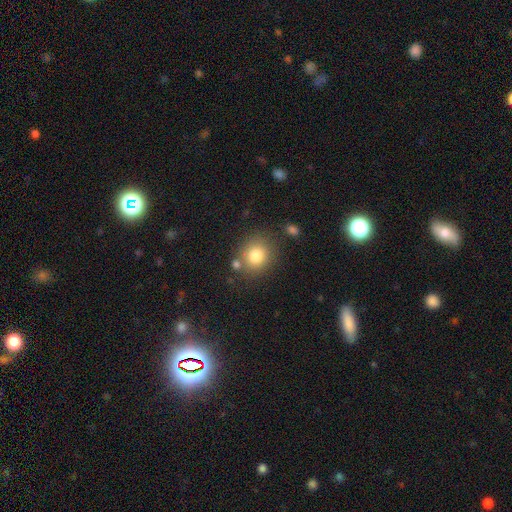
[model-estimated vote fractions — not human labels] A smooth galaxy with no disk features (81%) that is round (79%). Merging: none (74%).